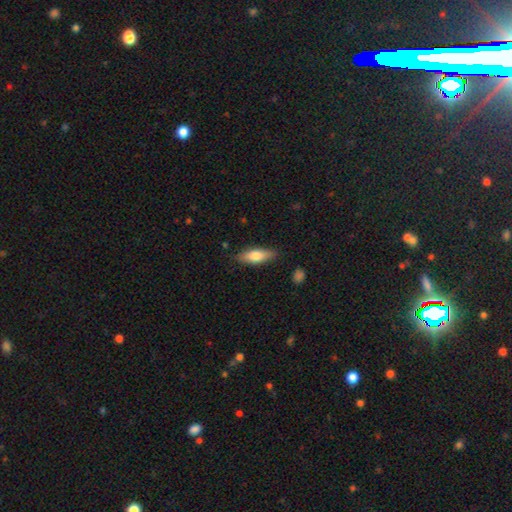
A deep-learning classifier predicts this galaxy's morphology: Overall: smooth (72%). How rounded: in between (63%; cigar-shaped 35%). Merging: none (83%).